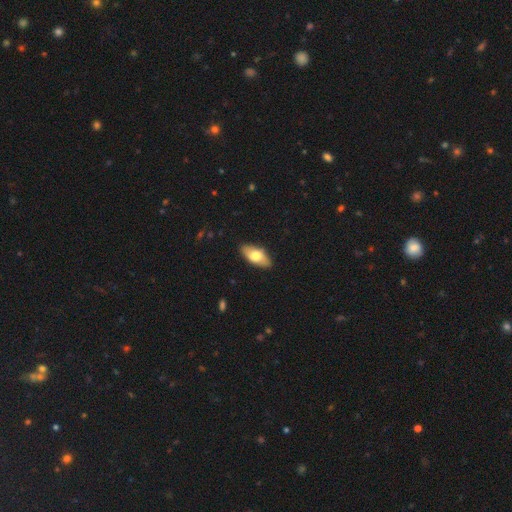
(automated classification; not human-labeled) This is likely a smooth galaxy (67%). How rounded: clearly in between (88%). Merging: clearly none (87%).